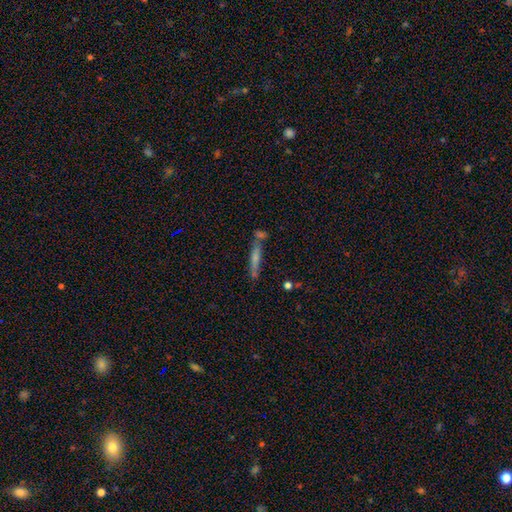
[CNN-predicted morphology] The model was most divided on "smooth or featured": featured or disk: 47%, smooth: 41%, star or artifact: 12%. More confident: merging — none (66%).